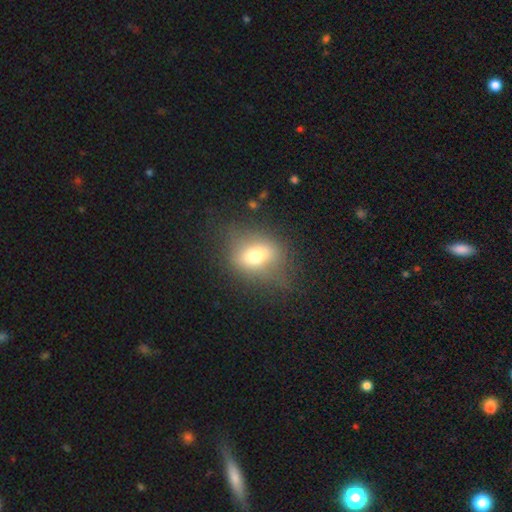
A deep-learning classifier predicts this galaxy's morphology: Smooth or featured: smooth — 61% (featured or disk — 27%)
How rounded: in between — 54% (round — 43%)
Merging: none — 63% (minor disturbance — 22%)